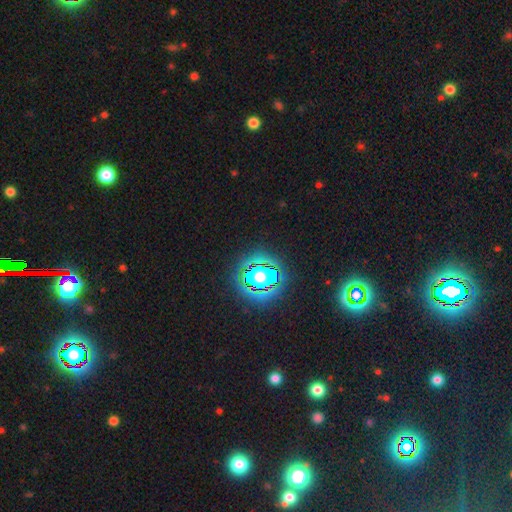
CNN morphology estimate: star or artifact 81%, smooth 11%, featured or disk 7%.